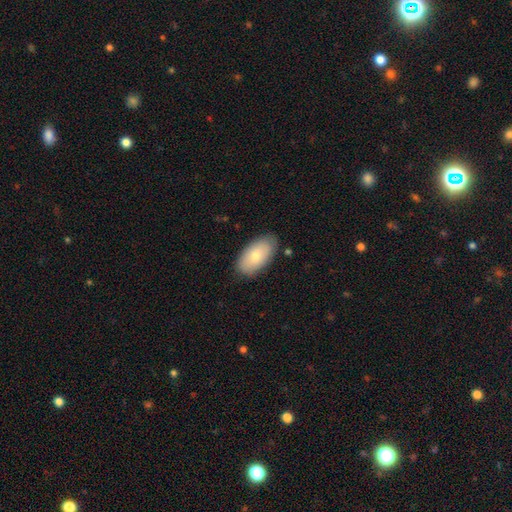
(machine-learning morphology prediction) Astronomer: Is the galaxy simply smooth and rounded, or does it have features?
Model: smooth — 76%.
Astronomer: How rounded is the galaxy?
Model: in between — 95%.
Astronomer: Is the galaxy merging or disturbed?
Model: none — 82%.